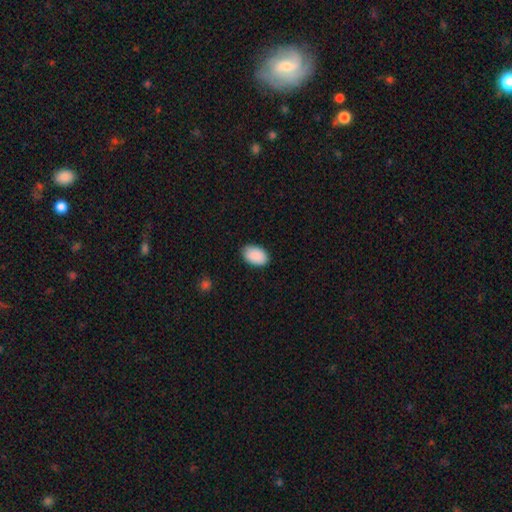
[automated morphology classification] Smooth or featured? Predicted: smooth (p=0.91). How rounded? Predicted: in between (p=0.91). Merging? Predicted: none (p=0.87).